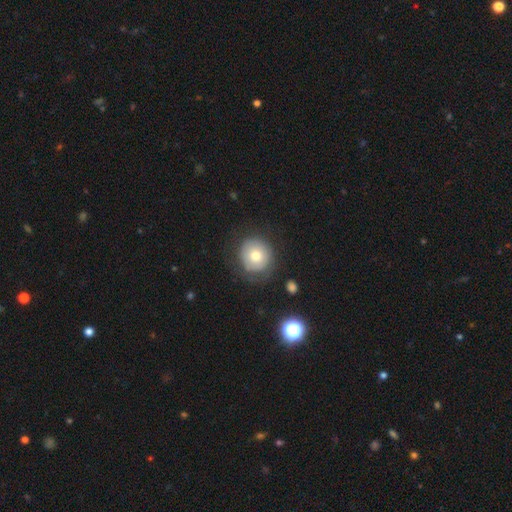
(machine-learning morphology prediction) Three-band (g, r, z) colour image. It shows a smooth galaxy with no disk features (67%) that is round (90%). Merging: none (69%).